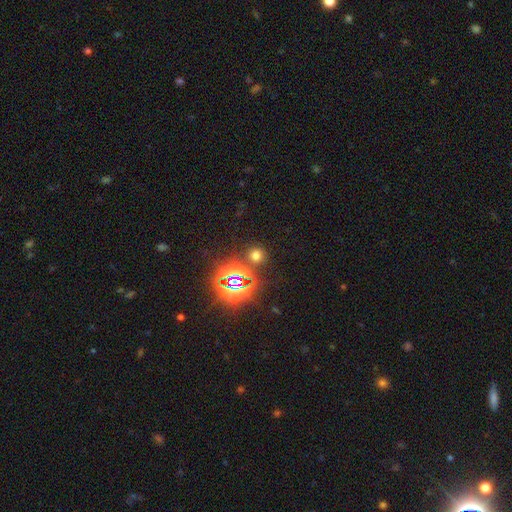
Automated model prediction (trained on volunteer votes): A smooth galaxy with no disk features (56%) that is round (85%). Merging: none (82%).